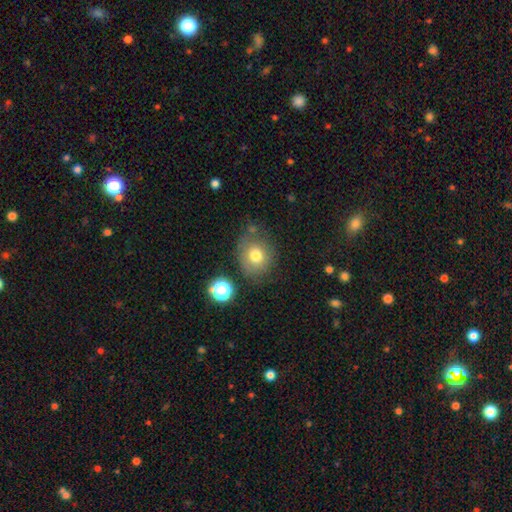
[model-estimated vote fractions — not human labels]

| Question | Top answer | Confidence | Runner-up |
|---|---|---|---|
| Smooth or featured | smooth | 75% | star or artifact (12%) |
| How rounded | round | 77% | in between (22%) |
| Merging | none | 69% | minor disturbance (18%) |